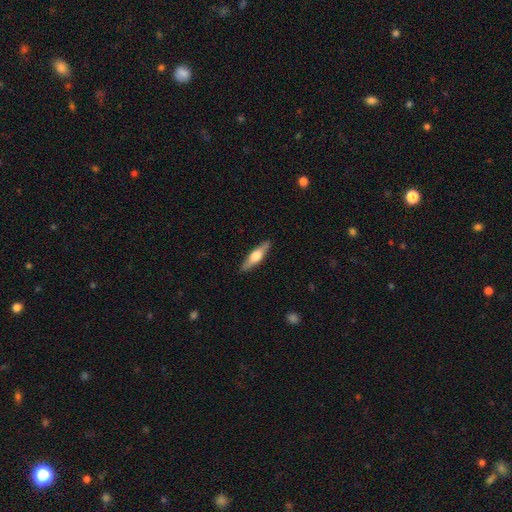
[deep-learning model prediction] This is possibly a featured or disk galaxy (51%). It is clearly viewed edge-on (93%). Merging: clearly none (90%).